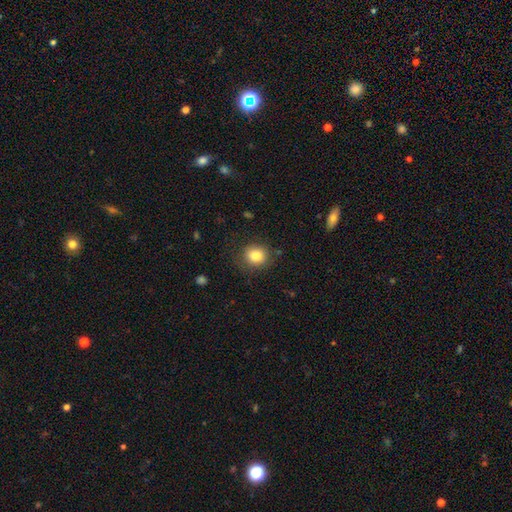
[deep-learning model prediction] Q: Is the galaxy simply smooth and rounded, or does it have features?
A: smooth — 83%.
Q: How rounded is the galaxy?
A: round — 78%.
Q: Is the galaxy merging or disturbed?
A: none — 82%.